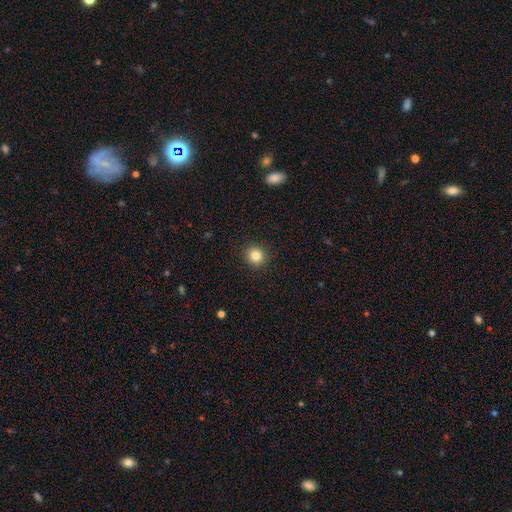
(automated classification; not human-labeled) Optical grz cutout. It shows a smooth galaxy with no disk features (84%) that is round (90%). Merging: none (91%).